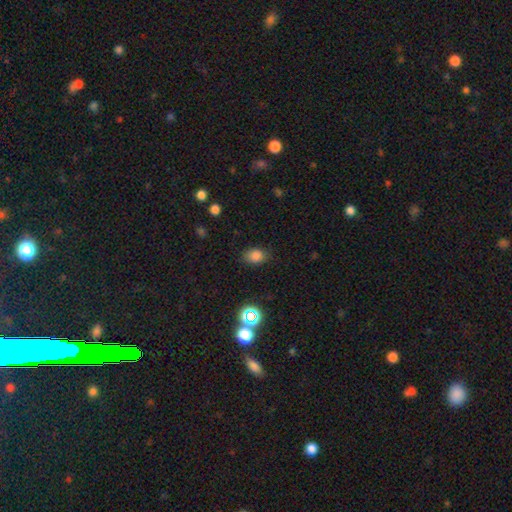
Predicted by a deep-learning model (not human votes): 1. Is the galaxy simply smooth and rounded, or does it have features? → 79% smooth, 15% star or artifact, 6% featured or disk.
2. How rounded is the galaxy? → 69% in between, 30% round, 1% cigar-shaped.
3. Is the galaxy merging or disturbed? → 79% none, 15% minor disturbance, 4% major disturbance, 1% merger.